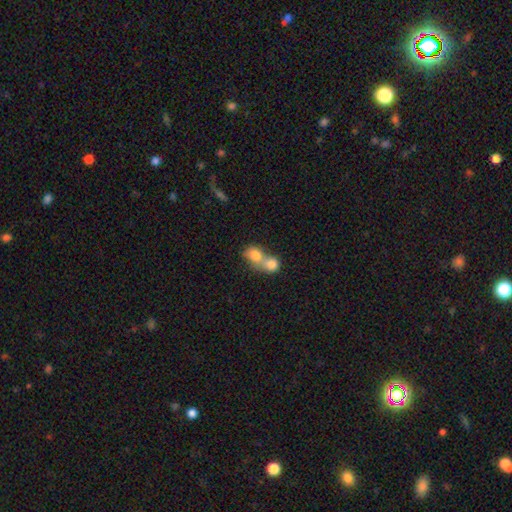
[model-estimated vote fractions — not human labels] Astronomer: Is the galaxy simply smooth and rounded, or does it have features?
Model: smooth — 77%.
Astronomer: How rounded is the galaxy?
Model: round — 62% (runner-up: in between, 37%).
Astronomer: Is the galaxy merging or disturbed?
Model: merger — 77%.